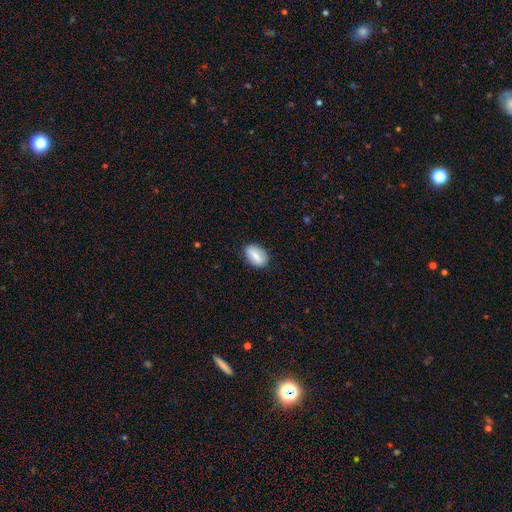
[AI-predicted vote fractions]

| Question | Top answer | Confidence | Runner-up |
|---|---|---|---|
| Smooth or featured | smooth | 76% | featured or disk (17%) |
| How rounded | in between | 89% | round (8%) |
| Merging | none | 84% | minor disturbance (12%) |